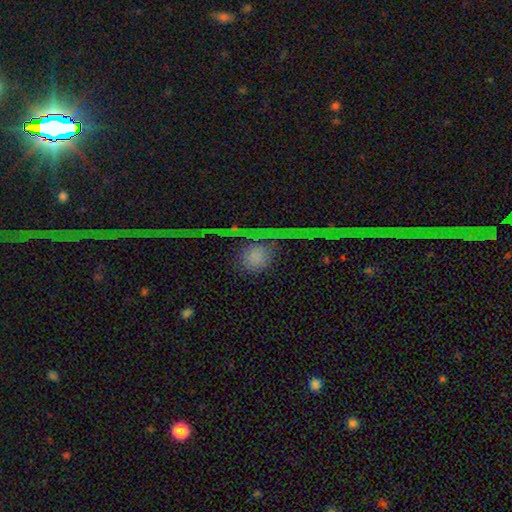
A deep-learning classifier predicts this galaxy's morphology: smooth 42%, star or artifact 39%, featured or disk 19%. Down the decision tree: merging — none (67%).